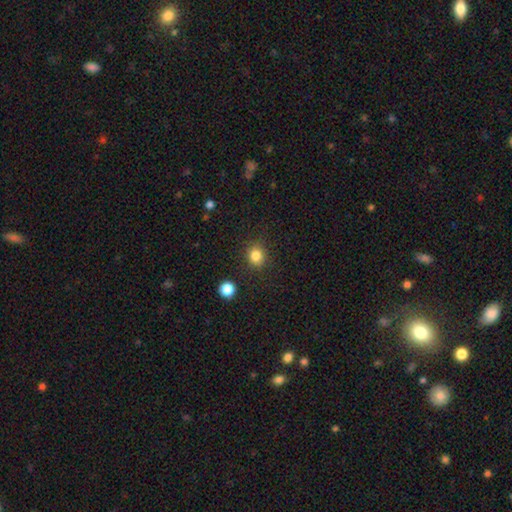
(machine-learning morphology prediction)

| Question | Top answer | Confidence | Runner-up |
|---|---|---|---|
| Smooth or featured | smooth | 83% | star or artifact (12%) |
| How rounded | round | 80% | in between (19%) |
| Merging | none | 85% | minor disturbance (9%) |